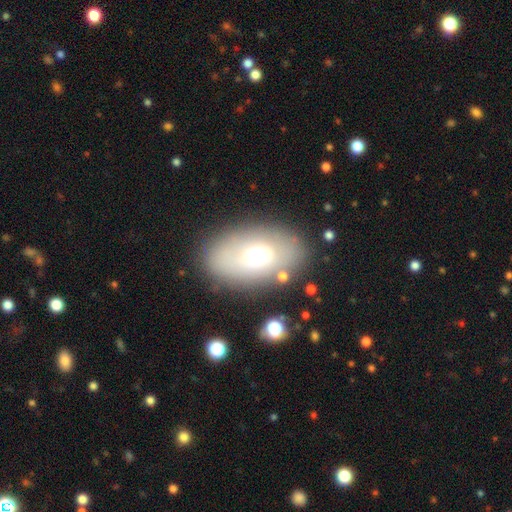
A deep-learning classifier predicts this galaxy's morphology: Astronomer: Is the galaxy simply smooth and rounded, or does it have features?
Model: smooth — 64%.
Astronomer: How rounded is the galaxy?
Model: in between — 89%.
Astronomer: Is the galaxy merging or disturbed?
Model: none — 81%.